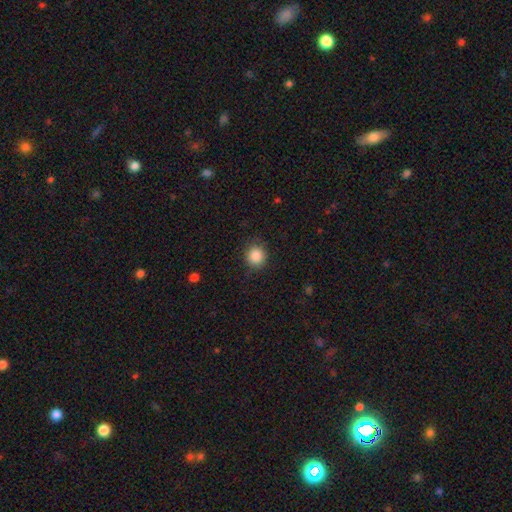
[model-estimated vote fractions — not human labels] This appears to be a smooth galaxy with no disk features (87%) that is round (87%). Merging: none (86%).